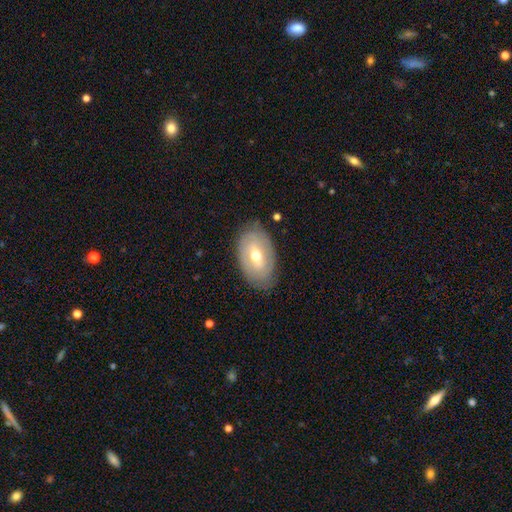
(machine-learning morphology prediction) Smooth or featured?
  - featured or disk: 56% *
  - smooth: 37%
  - star or artifact: 6%
Edge-on disk?
  - no: 89% *
  - yes: 11%
Bar?
  - weak: 42% *
  - no: 37%
  - strong: 21%
Spiral arms?
  - no: 56% *
  - yes: 44%
Bulge size?
  - moderate: 67% *
  - small: 28%
  - large: 3%
  - dominant: 1%
  - none: 1%
Merging?
  - none: 80% *
  - minor disturbance: 15%
  - major disturbance: 4%
  - merger: 1%